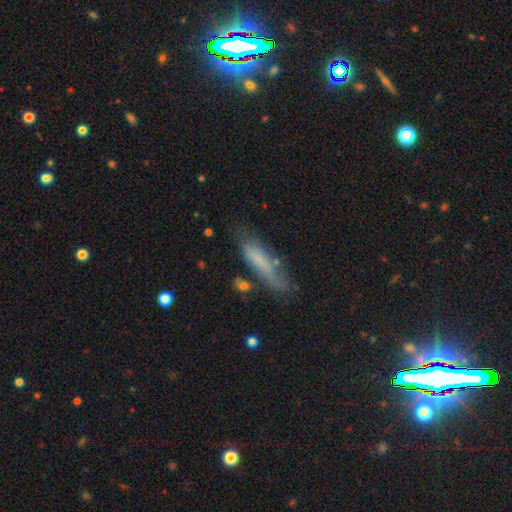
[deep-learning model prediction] This is likely a smooth galaxy (61%). How rounded: likely cigar-shaped (77%). Merging: possibly none (58%).